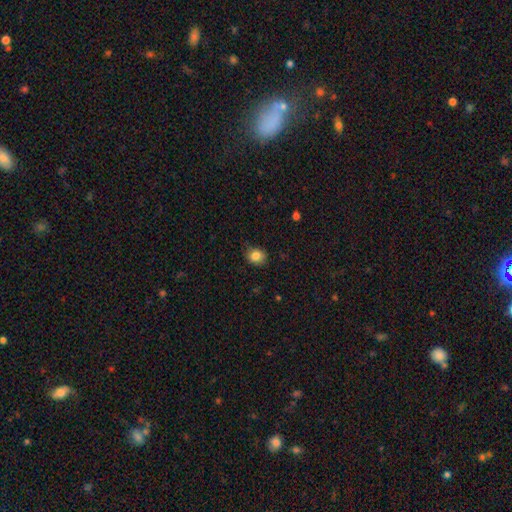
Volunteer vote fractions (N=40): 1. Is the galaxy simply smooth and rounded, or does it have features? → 78% smooth, 12% star or artifact, 10% featured or disk.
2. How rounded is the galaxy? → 65% round, 35% in between, 0% cigar-shaped.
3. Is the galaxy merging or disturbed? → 74% none, 23% minor disturbance, 3% major disturbance, 0% merger.